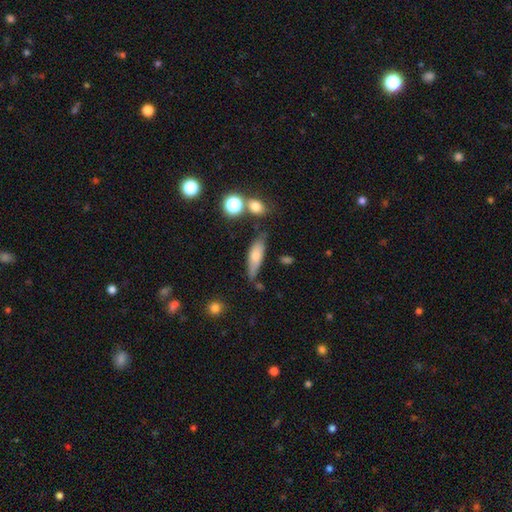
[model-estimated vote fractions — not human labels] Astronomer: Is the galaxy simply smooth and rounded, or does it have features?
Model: smooth — 69%.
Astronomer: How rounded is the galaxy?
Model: cigar-shaped — 50% (runner-up: in between, 48%).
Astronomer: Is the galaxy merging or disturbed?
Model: none — 60%.